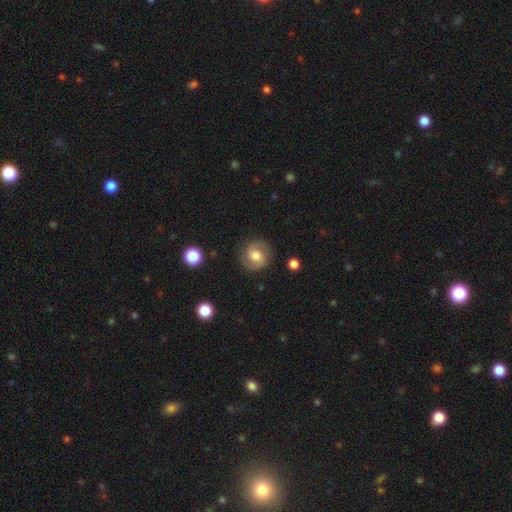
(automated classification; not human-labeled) This is possibly a featured or disk galaxy (48%). Merging: clearly none (83%).